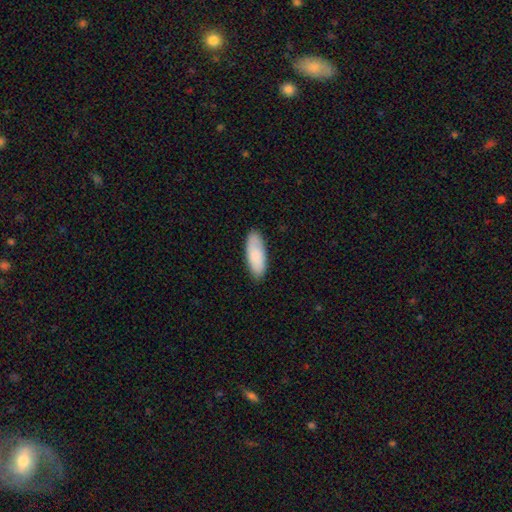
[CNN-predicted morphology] smooth 85%, featured or disk 9%, star or artifact 6%. Down the decision tree: how rounded — in between (74%); merging — none (83%).